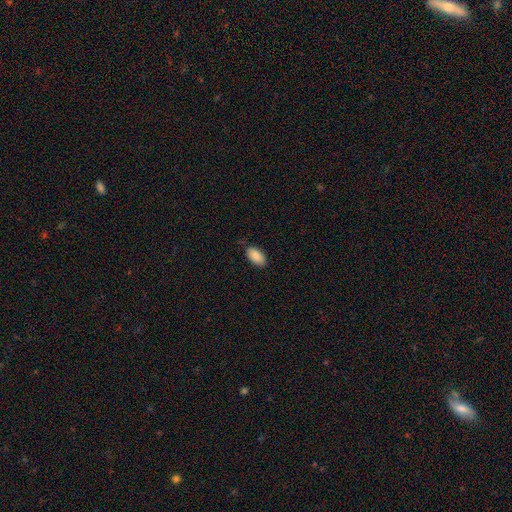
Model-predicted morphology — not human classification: The model was most divided on "merging": none: 81%, minor disturbance: 15%, major disturbance: 3%, merger: 1%. More confident: how rounded — in between (95%); smooth or featured — smooth (87%).